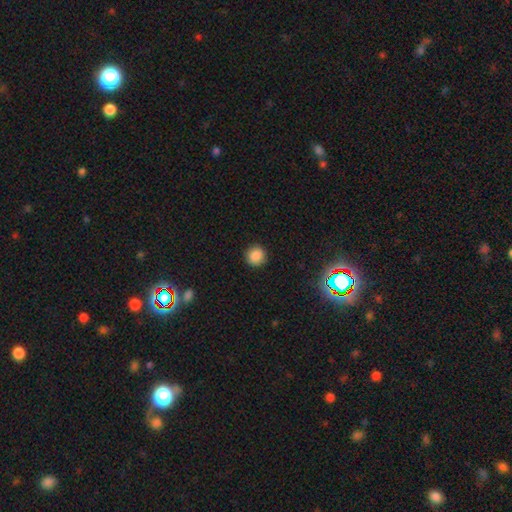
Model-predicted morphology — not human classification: Q: Smooth or featured?
A: smooth (85%); runner-up: star or artifact (11%)
Q: How rounded?
A: round (92%); runner-up: in between (7%)
Q: Merging?
A: none (90%); runner-up: minor disturbance (7%)